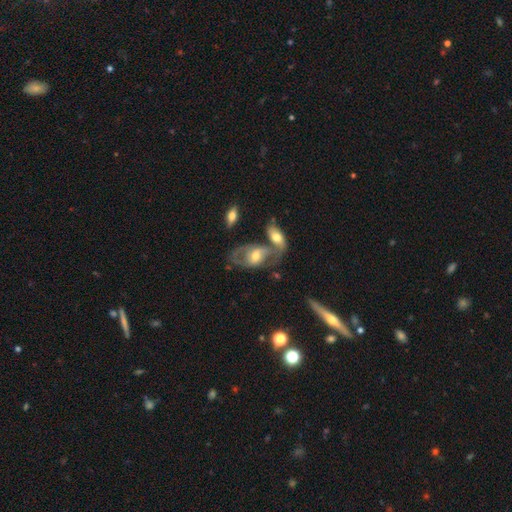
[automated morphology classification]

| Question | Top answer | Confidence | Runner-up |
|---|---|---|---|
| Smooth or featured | featured or disk | 59% | smooth (34%) |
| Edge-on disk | no | 92% | yes (8%) |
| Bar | no | 55% | weak (33%) |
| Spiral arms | yes | 59% | no (41%) |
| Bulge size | moderate | 65% | small (21%) |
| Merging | merger | 37% | none (32%) |